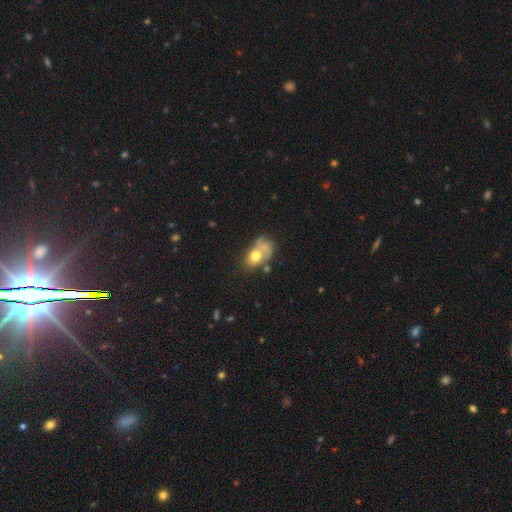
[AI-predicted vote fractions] The model was most divided on "merging": merger: 30%, none: 29%, major disturbance: 22%, minor disturbance: 19%. More confident: how rounded — in between (72%); smooth or featured — smooth (56%).